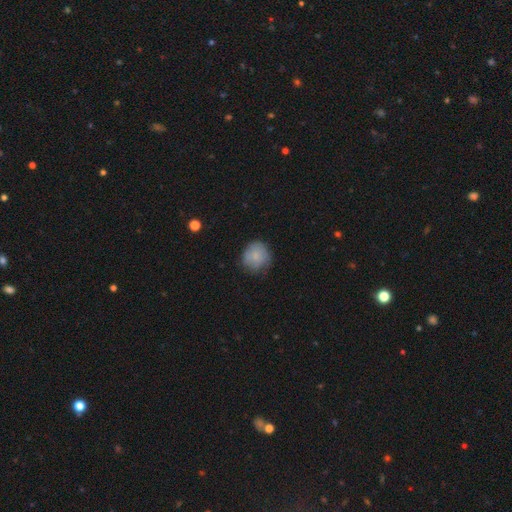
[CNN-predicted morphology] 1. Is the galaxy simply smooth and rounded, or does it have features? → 76% smooth, 16% featured or disk, 8% star or artifact.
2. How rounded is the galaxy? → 89% round, 10% in between, 1% cigar-shaped.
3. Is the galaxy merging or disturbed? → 70% none, 23% minor disturbance, 6% major disturbance, 1% merger.